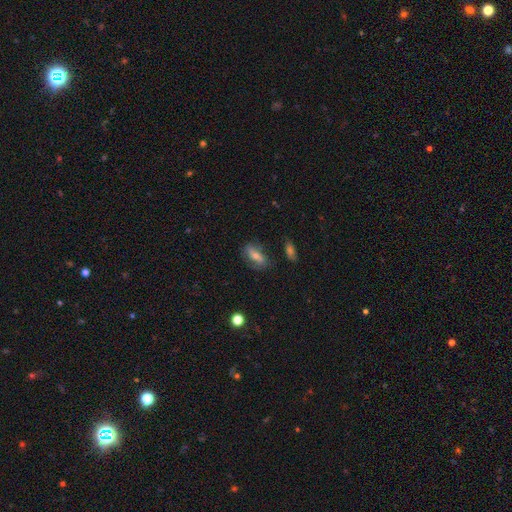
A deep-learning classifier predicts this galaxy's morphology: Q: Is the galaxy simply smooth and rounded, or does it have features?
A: smooth — 43%, tied with featured or disk.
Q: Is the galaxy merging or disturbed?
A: none — 74%.